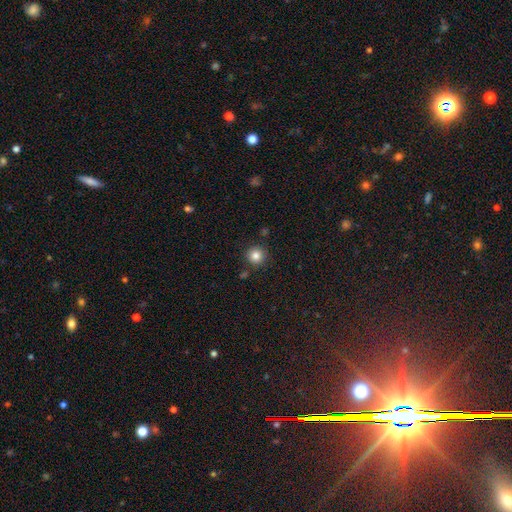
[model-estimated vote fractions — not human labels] smooth-or-featured: smooth: 84% | star or artifact: 11% | featured or disk: 5%
  how-rounded: round: 95% | in between: 4% | cigar-shaped: 1%
  merging: none: 87% | minor disturbance: 7% | merger: 3% | major disturbance: 2%